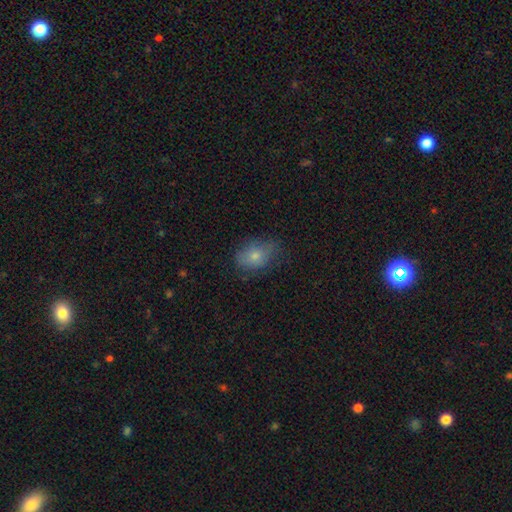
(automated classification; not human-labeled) Smooth or featured? smooth (74%)
How rounded? in between (77%)
Merging? none (67%)